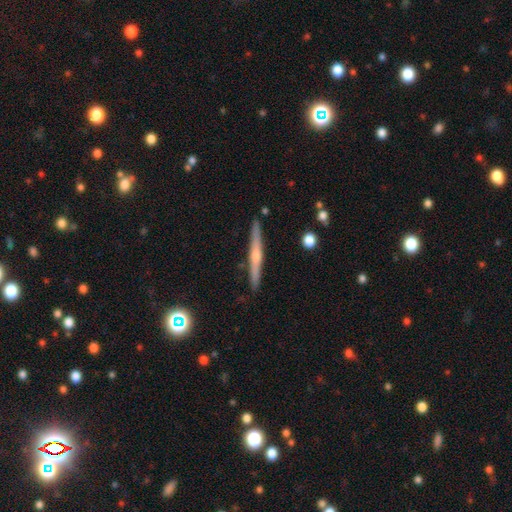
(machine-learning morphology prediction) featured or disk 67%, smooth 27%, star or artifact 6%. Down the decision tree: edge-on disk — yes (97%); edge-on bulge — rounded (76%); merging — none (90%).